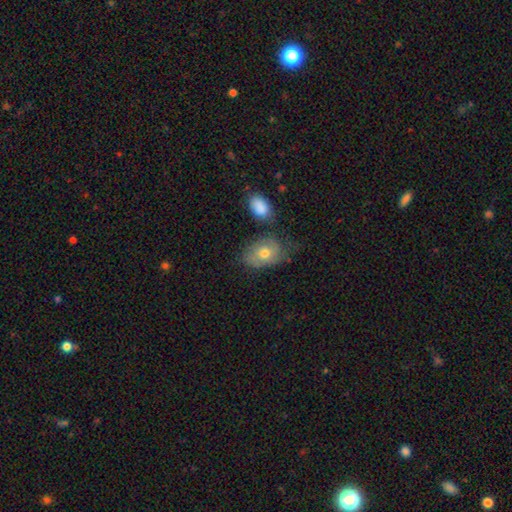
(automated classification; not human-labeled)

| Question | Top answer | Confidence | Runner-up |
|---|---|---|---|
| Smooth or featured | smooth | 55% | star or artifact (24%) |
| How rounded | in between | 79% | round (18%) |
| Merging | none | 75% | minor disturbance (12%) |